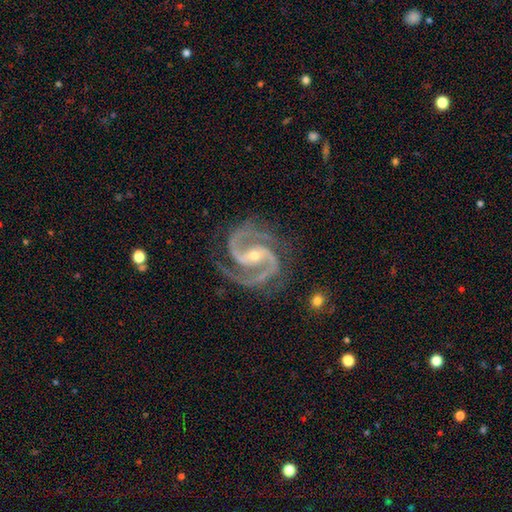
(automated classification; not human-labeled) The model was most divided on "bar": strong: 37%, weak: 35%, no: 28%. More confident: spiral arms — yes (99%); edge-on disk — no (98%); smooth or featured — featured or disk (94%); spiral arm count — 2 (93%); merging — none (81%); bulge size — small (66%); spiral winding — medium (62%).